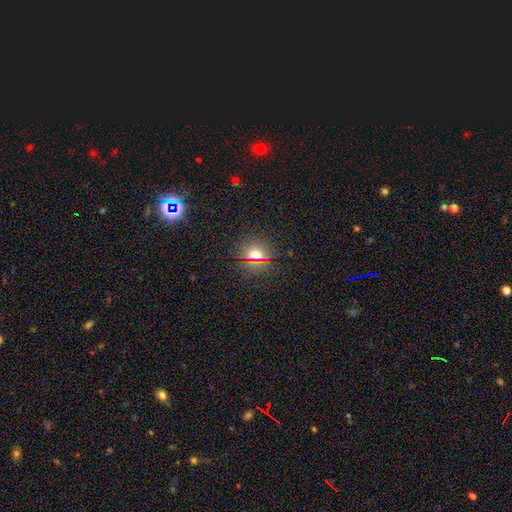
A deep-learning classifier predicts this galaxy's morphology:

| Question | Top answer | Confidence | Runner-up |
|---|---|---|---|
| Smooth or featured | smooth | 61% | star or artifact (28%) |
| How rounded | round | 80% | in between (18%) |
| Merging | none | 85% | minor disturbance (9%) |